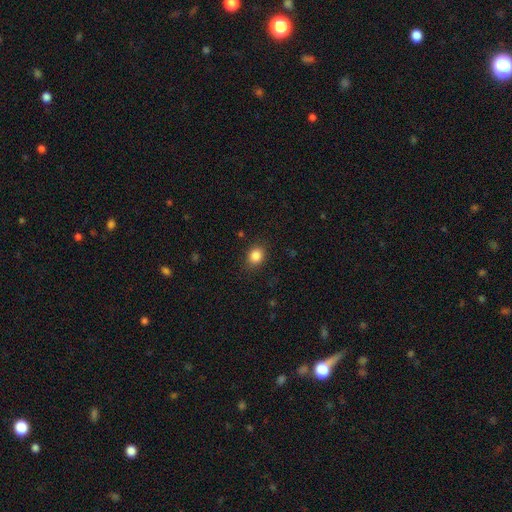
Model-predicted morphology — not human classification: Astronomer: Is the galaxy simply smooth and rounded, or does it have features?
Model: smooth — 85%.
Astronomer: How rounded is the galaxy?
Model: round — 60% (runner-up: in between, 39%).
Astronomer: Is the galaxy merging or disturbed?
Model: none — 85%.